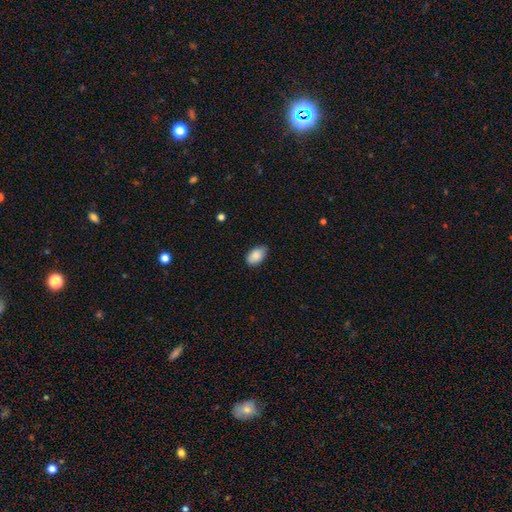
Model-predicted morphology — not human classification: Smooth or featured?
  - smooth: 86% *
  - star or artifact: 7%
  - featured or disk: 6%
How rounded?
  - in between: 91% *
  - round: 7%
  - cigar-shaped: 1%
Merging?
  - none: 73% *
  - minor disturbance: 23%
  - major disturbance: 3%
  - merger: 1%